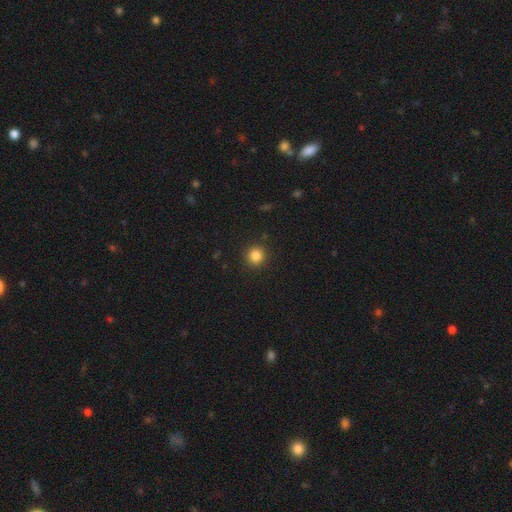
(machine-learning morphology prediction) This appears to be a smooth galaxy with no disk features (84%) that is round (94%). Merging: none (91%).